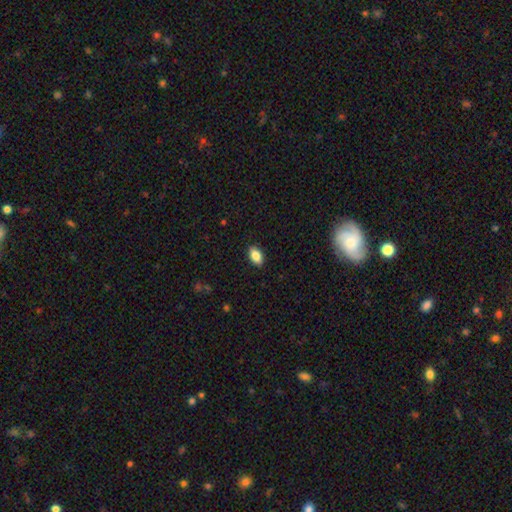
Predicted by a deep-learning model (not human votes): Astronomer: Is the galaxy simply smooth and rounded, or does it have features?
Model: smooth — 84%.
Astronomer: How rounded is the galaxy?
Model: in between — 90%.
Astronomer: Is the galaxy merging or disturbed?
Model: none — 89%.